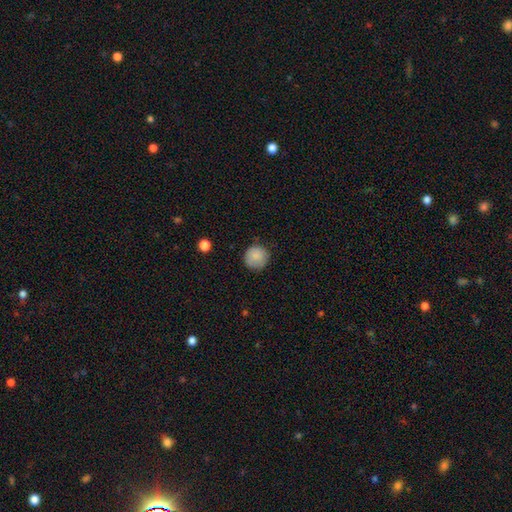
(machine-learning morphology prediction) smooth_or_featured: smooth (p=0.85) [alt: star or artifact p=0.08]
how_rounded: round (p=0.94) [alt: in between p=0.05]
merging: none (p=0.81) [alt: minor disturbance p=0.15]